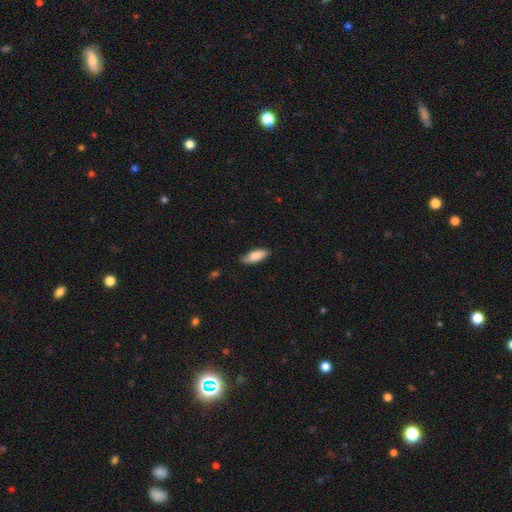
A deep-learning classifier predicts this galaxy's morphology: Smooth or featured? Predicted: smooth (p=0.84). How rounded? Predicted: in between (p=0.76). Merging? Predicted: none (p=0.80).